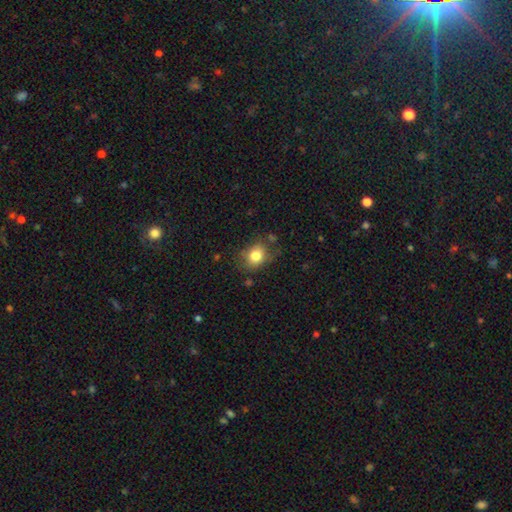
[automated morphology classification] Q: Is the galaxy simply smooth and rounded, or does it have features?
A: smooth — 81%.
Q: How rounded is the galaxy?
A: round — 56%.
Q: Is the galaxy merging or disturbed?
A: none — 71%.